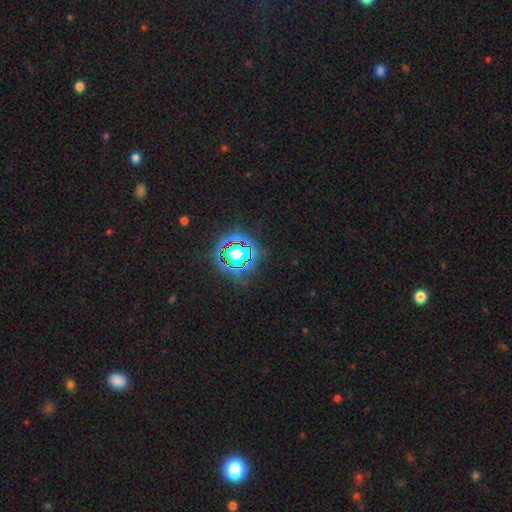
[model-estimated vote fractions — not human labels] A star or artifact, not a galaxy (83%).